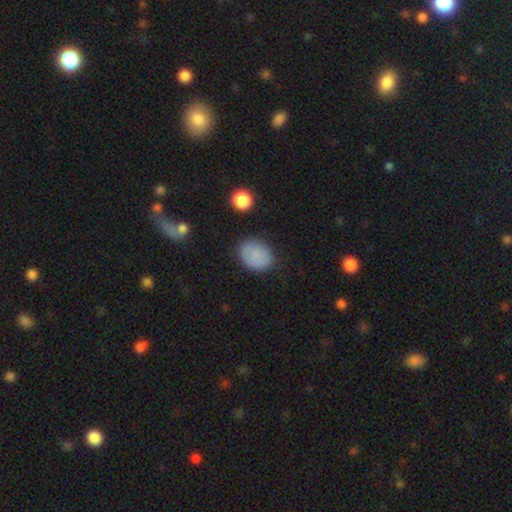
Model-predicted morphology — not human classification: Smooth or featured? Predicted: smooth (p=0.83). How rounded? Predicted: in between (p=0.62). Merging? Predicted: none (p=0.79).